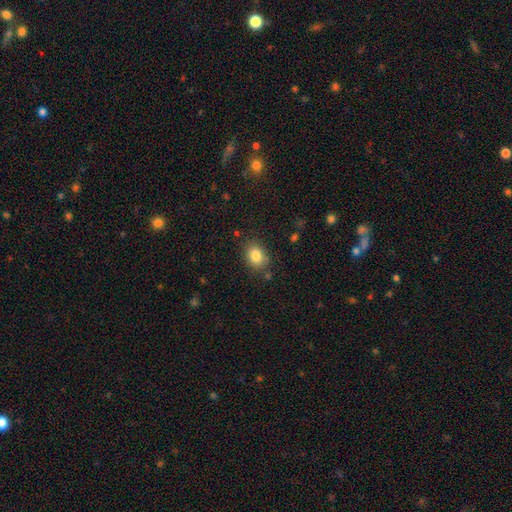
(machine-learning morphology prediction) This is clearly a smooth galaxy (84%). How rounded: possibly in between (58%). Merging: clearly none (81%).